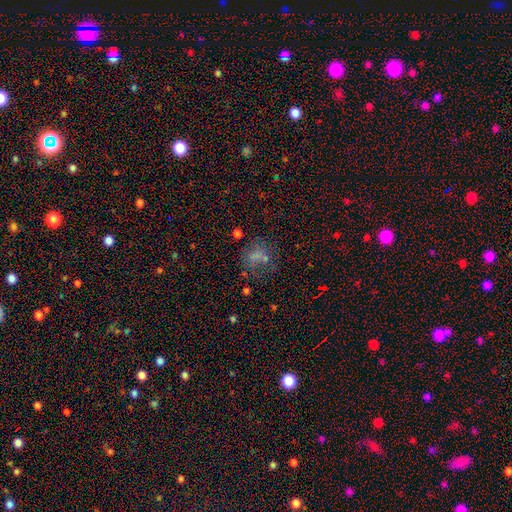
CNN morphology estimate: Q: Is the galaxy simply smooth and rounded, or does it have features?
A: smooth — 50%.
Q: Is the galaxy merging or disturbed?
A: none — 53%.